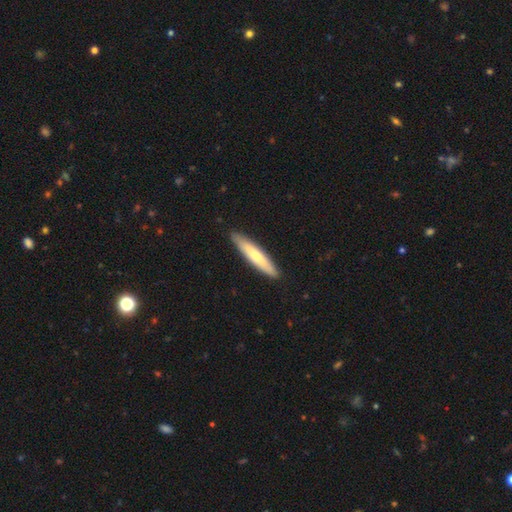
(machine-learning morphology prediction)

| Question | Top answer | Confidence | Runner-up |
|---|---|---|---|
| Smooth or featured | smooth | 62% | featured or disk (33%) |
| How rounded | cigar-shaped | 87% | in between (11%) |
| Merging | none | 90% | minor disturbance (7%) |